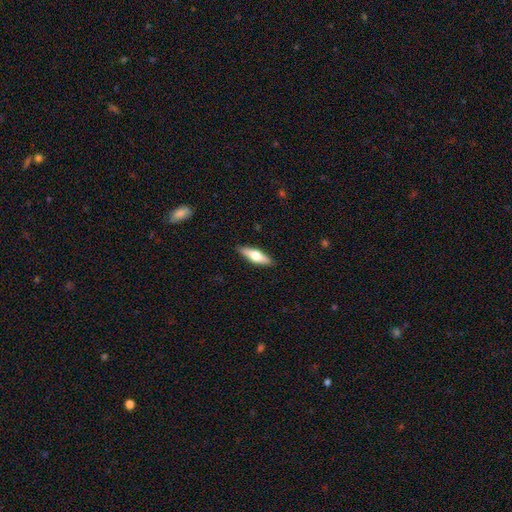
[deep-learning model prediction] Smooth or featured? Predicted: smooth (p=0.51). How rounded? Predicted: cigar-shaped (p=0.56). Merging? Predicted: none (p=0.89).